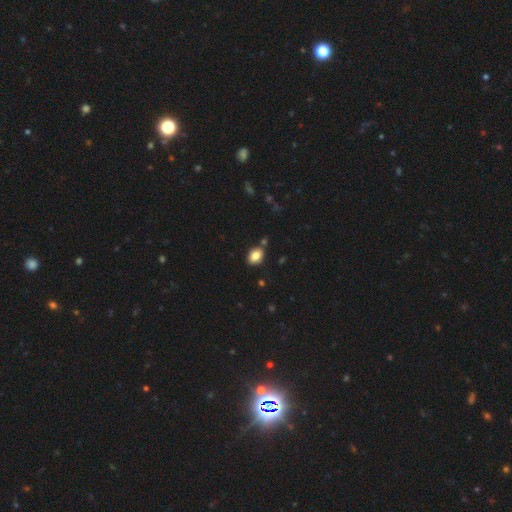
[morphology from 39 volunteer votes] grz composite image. It shows a smooth galaxy with no disk features (87%) that is in between round and cigar-shaped (71%). Merging: none (74%).